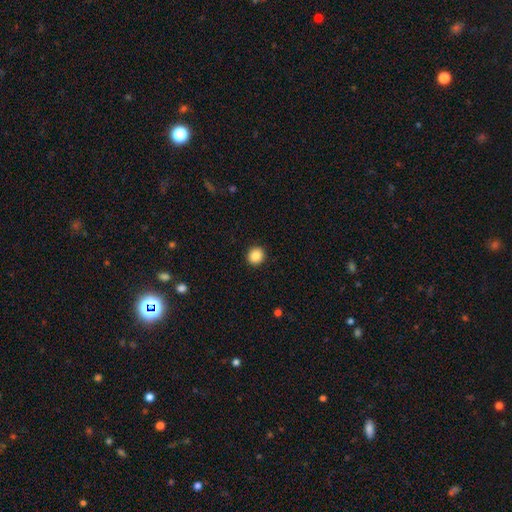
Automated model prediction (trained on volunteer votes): Smooth or featured? smooth (88%)
How rounded? round (89%)
Merging? none (92%)